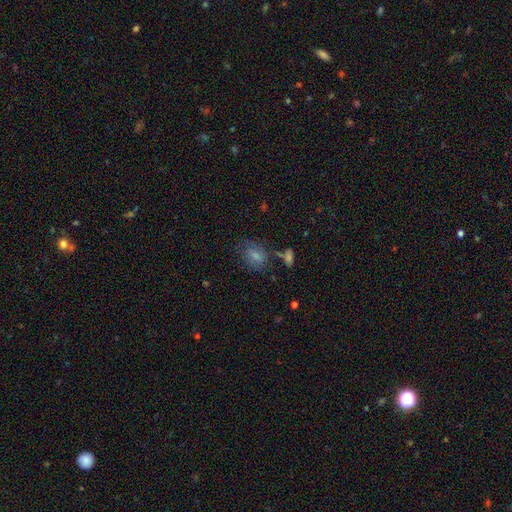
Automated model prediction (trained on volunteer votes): Smooth or featured?
  - smooth: 70% *
  - featured or disk: 19%
  - star or artifact: 11%
How rounded?
  - in between: 73% *
  - round: 24%
  - cigar-shaped: 3%
Merging?
  - none: 53% *
  - minor disturbance: 25%
  - major disturbance: 16%
  - merger: 7%